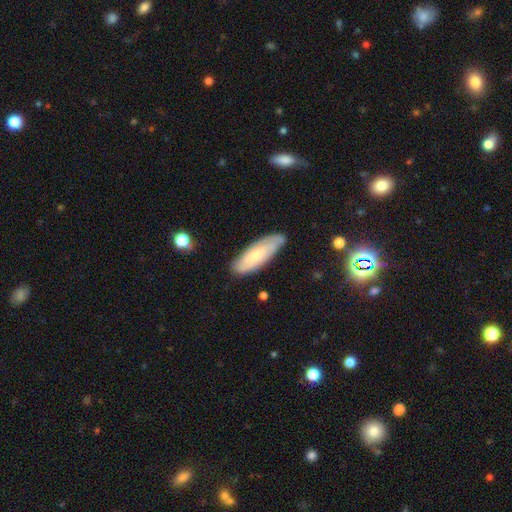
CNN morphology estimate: Overall: smooth (59%; featured or disk 34%). How rounded: in between (56%; cigar-shaped 42%). Merging: none (77%).